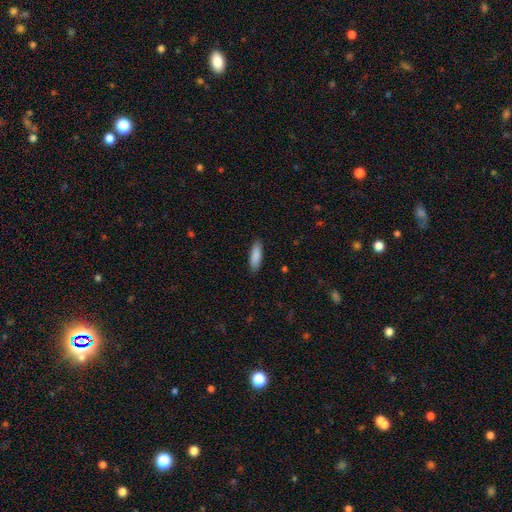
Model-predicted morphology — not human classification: Overall: smooth (89%). How rounded: in between (53%; cigar-shaped 45%). Merging: none (89%).